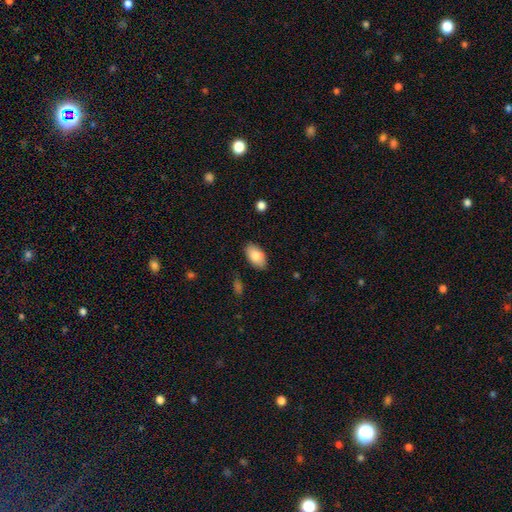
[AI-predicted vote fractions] A smooth galaxy with no disk features (85%) that is in between round and cigar-shaped (94%). Merging: none (86%).